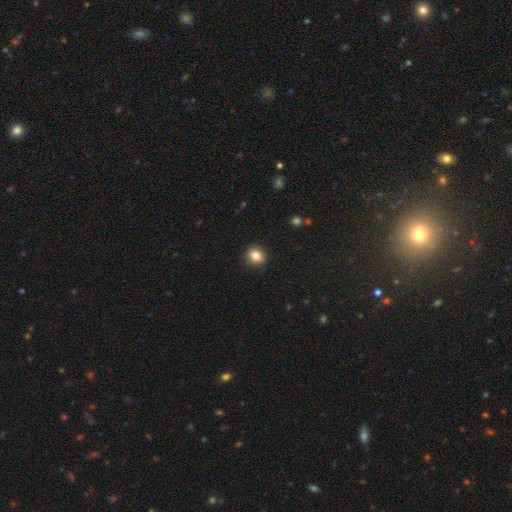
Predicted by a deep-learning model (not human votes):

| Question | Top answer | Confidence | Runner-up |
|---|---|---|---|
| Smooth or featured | smooth | 84% | star or artifact (10%) |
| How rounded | round | 74% | in between (25%) |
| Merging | none | 89% | minor disturbance (8%) |